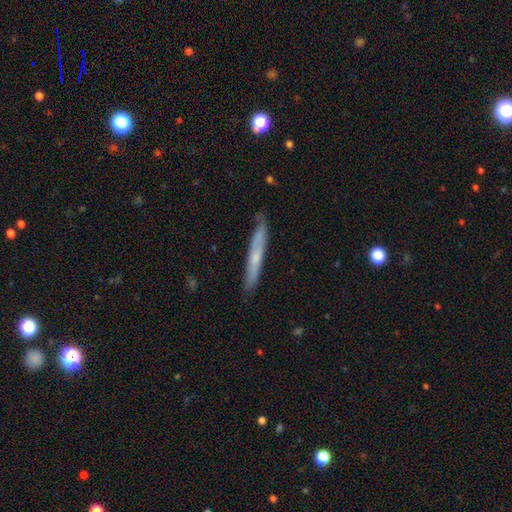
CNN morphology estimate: Q: Smooth or featured?
A: smooth (51%); runner-up: featured or disk (43%)
Q: How rounded?
A: cigar-shaped (96%); runner-up: in between (3%)
Q: Merging?
A: none (84%); runner-up: minor disturbance (13%)